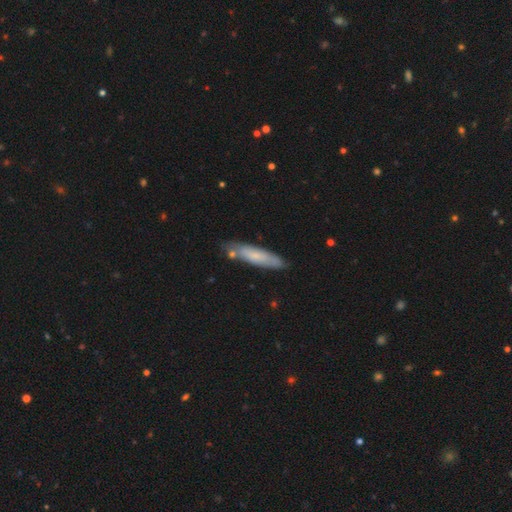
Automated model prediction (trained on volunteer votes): smooth 62%, featured or disk 32%, star or artifact 6%. Down the decision tree: how rounded — cigar-shaped (75%); merging — none (74%).